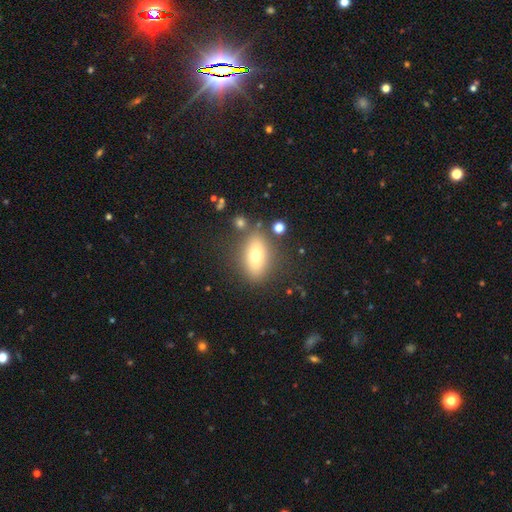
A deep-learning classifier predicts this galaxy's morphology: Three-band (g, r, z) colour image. It shows a smooth galaxy with no disk features (65%) that is in between round and cigar-shaped (77%). Merging: none (79%).